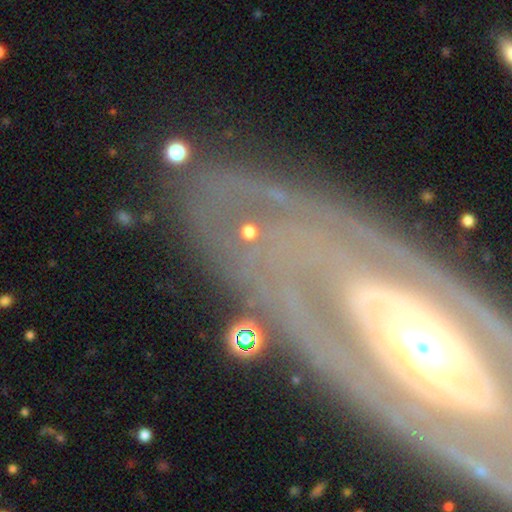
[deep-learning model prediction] Smooth or featured?
  - featured or disk: 84% *
  - smooth: 10%
  - star or artifact: 6%
Edge-on disk?
  - no: 87% *
  - yes: 13%
Bar?
  - no: 58% *
  - weak: 23%
  - strong: 19%
Spiral arms?
  - yes: 68% *
  - no: 32%
Bulge size?
  - moderate: 61% *
  - large: 20%
  - small: 14%
  - dominant: 3%
  - none: 2%
Merging?
  - none: 78% *
  - minor disturbance: 13%
  - major disturbance: 7%
  - merger: 2%